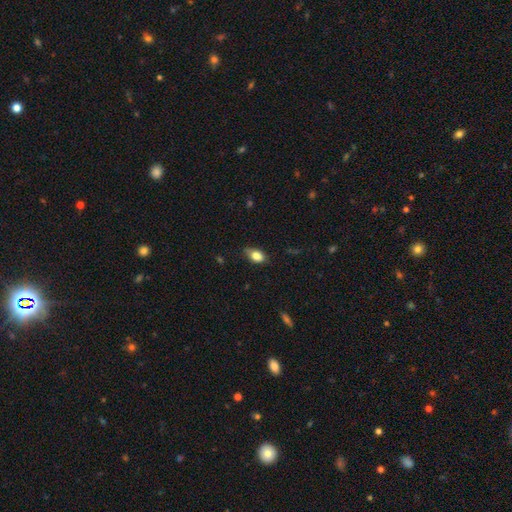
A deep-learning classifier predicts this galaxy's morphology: smooth_or_featured: smooth (p=0.82) [alt: featured or disk p=0.10]
how_rounded: in between (p=0.85) [alt: round p=0.12]
merging: none (p=0.73) [alt: minor disturbance p=0.22]